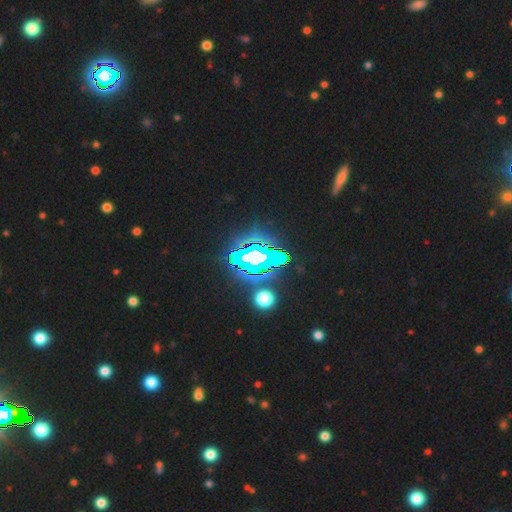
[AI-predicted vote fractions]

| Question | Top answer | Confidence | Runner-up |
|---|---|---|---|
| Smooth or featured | star or artifact | 64% | featured or disk (23%) |